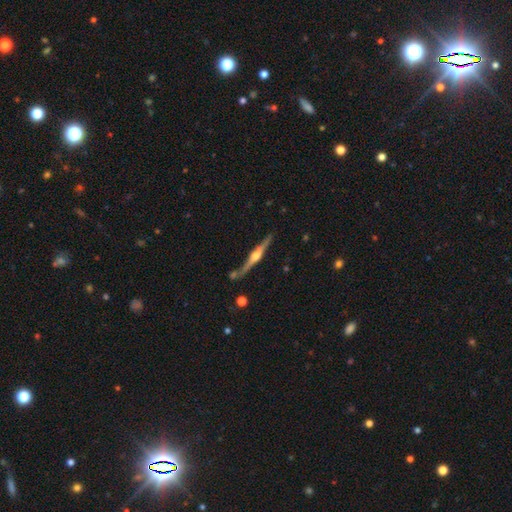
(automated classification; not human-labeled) Smooth or featured: featured or disk — 81% (smooth — 14%)
Edge-on disk: yes — 98% (no — 2%)
Edge-on bulge: rounded — 92% (boxy — 5%)
Merging: none — 80% (minor disturbance — 11%)